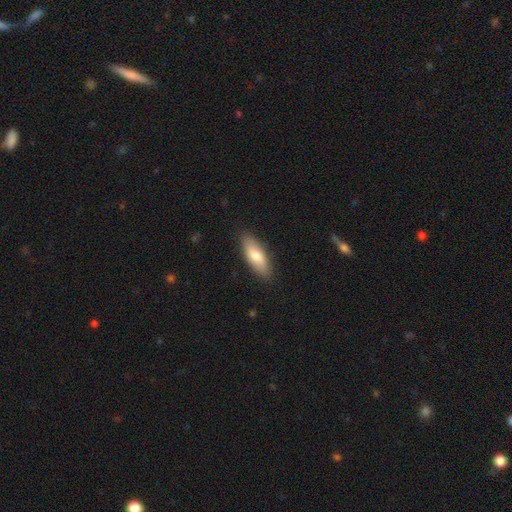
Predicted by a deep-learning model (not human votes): Smooth or featured? smooth (76%)
How rounded? in between (68%)
Merging? none (87%)